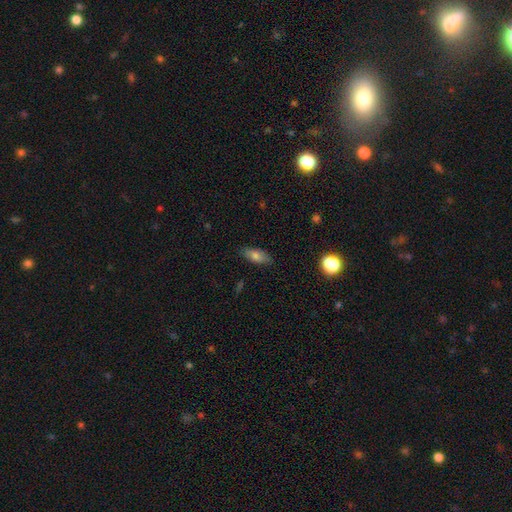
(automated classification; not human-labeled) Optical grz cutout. It shows a smooth galaxy with no disk features (75%) that is in between round and cigar-shaped (81%). Merging: none (83%).